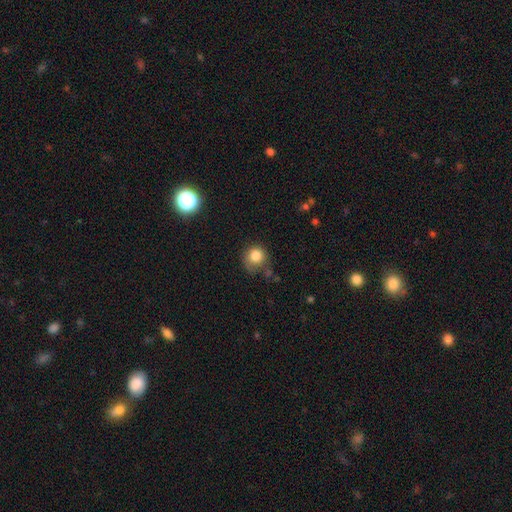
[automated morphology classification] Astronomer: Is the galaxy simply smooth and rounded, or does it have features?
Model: smooth — 82%.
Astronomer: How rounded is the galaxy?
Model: round — 88%.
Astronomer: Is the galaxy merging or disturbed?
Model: none — 60%.